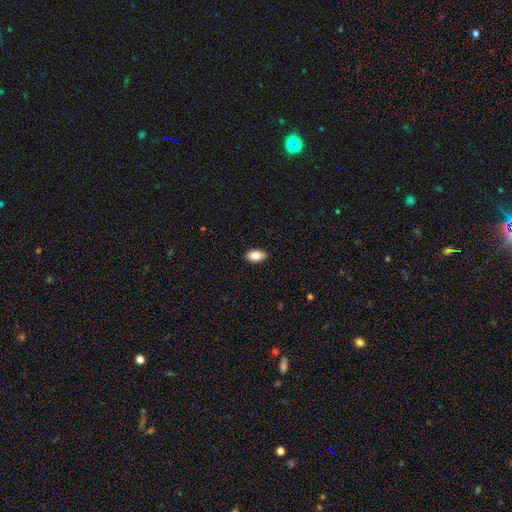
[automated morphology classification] Smooth or featured? Predicted: smooth (p=0.85). How rounded? Predicted: in between (p=0.92). Merging? Predicted: none (p=0.90).